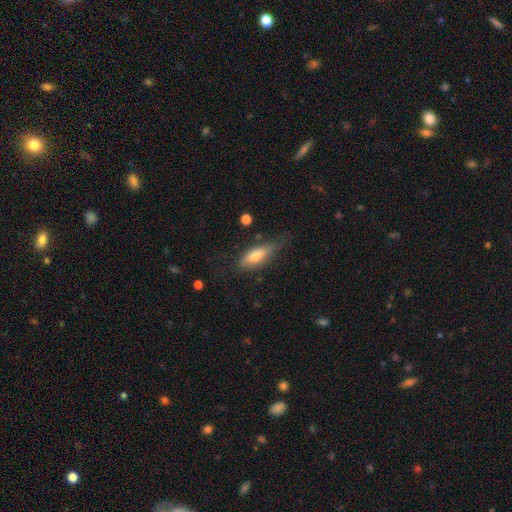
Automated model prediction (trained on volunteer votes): smooth_or_featured: smooth (p=0.66) [alt: featured or disk p=0.28]
how_rounded: in between (p=0.57) [alt: cigar-shaped p=0.40]
merging: none (p=0.60) [alt: minor disturbance p=0.28]